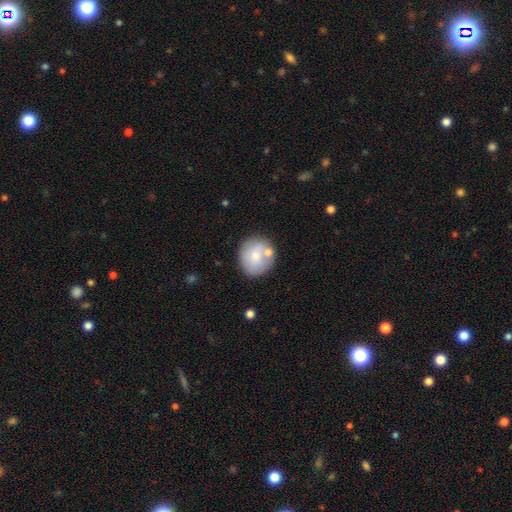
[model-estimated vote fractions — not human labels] smooth 72%, featured or disk 21%, star or artifact 8%. Down the decision tree: how rounded — round (81%); merging — none (69%).